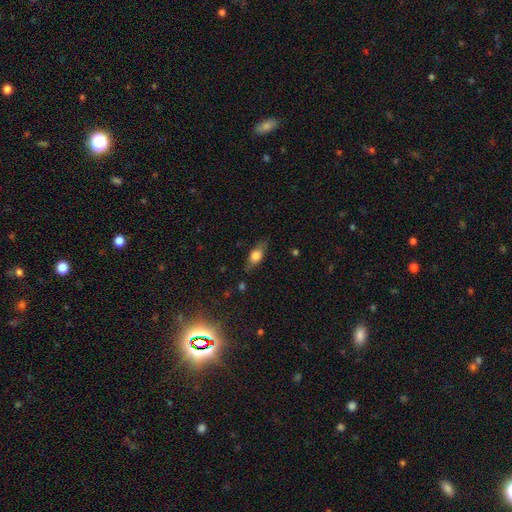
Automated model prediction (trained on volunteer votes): smooth 60%, featured or disk 32%, star or artifact 8%. Down the decision tree: how rounded — in between (71%); merging — none (76%).